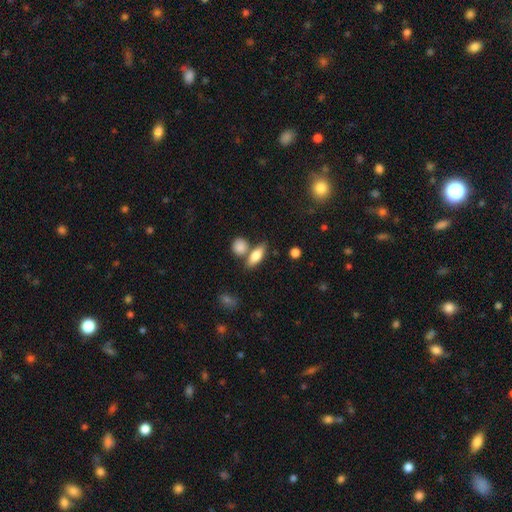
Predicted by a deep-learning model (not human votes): smooth_or_featured: smooth (p=0.75) [alt: featured or disk p=0.17]
how_rounded: in between (p=0.69) [alt: cigar-shaped p=0.23]
merging: none (p=0.63) [alt: merger p=0.21]